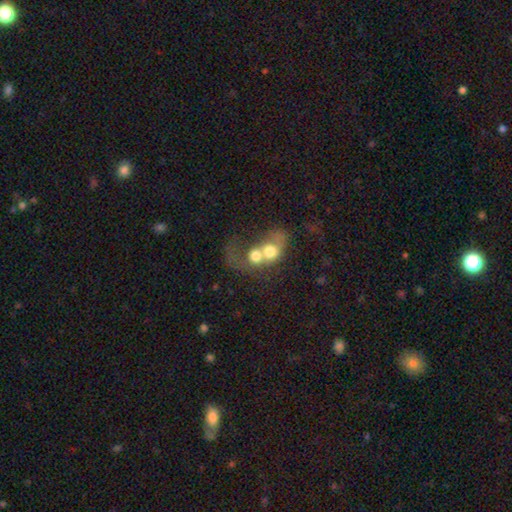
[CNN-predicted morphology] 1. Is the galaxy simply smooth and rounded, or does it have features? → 58% smooth, 32% featured or disk, 10% star or artifact.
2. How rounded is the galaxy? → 57% round, 41% in between, 1% cigar-shaped.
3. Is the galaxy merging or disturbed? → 80% merger, 8% major disturbance, 8% none, 4% minor disturbance.